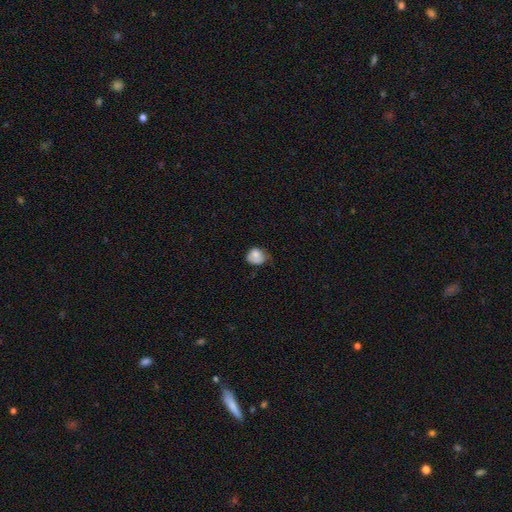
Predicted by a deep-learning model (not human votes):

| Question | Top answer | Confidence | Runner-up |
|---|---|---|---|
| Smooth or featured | smooth | 76% | featured or disk (16%) |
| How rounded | round | 59% | in between (40%) |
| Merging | minor disturbance | 42% | tied: none (42%) |